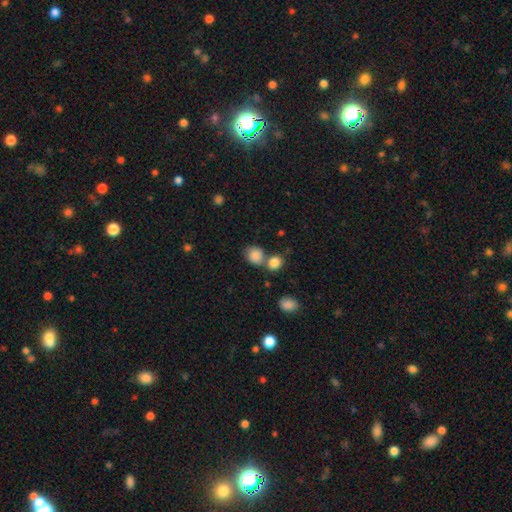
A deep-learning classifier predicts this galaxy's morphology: Smooth or featured?
  - smooth: 85% *
  - star or artifact: 9%
  - featured or disk: 6%
How rounded?
  - round: 68% *
  - in between: 31%
  - cigar-shaped: 1%
Merging?
  - none: 49% *
  - merger: 37%
  - minor disturbance: 10%
  - major disturbance: 4%